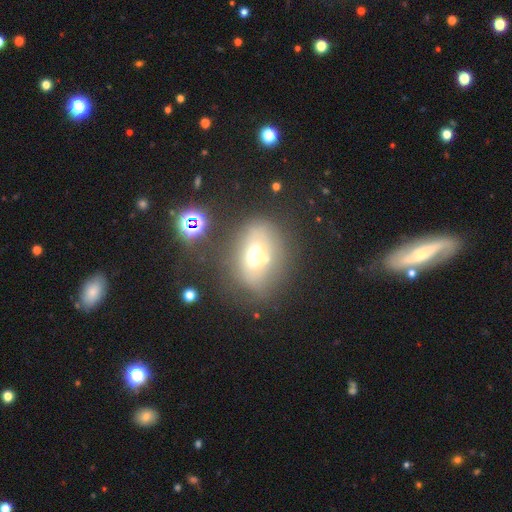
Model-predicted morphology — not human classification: A smooth galaxy with no disk features (53%) that is in between round and cigar-shaped (61%). Merging: none (53%).